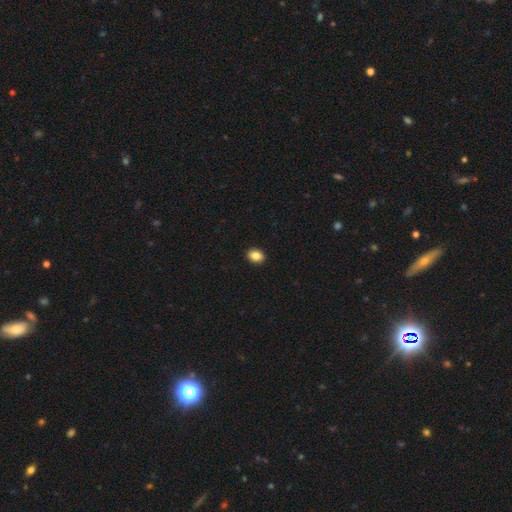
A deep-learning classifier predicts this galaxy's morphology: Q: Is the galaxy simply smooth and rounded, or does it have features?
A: smooth — 86%.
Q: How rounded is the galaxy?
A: in between — 61%.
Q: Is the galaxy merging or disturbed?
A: none — 92%.